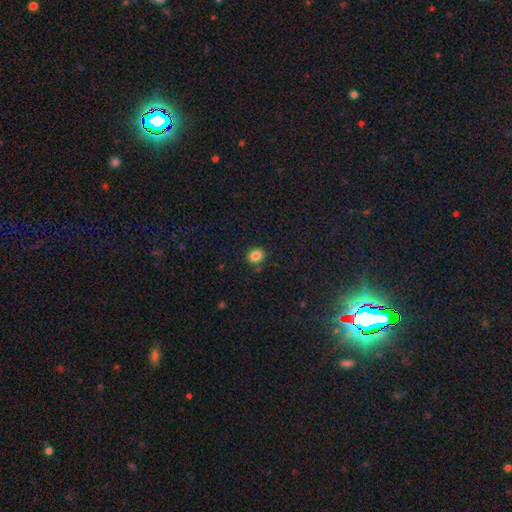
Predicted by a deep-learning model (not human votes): Smooth or featured? smooth (85%)
How rounded? round (59%)
Merging? none (85%)